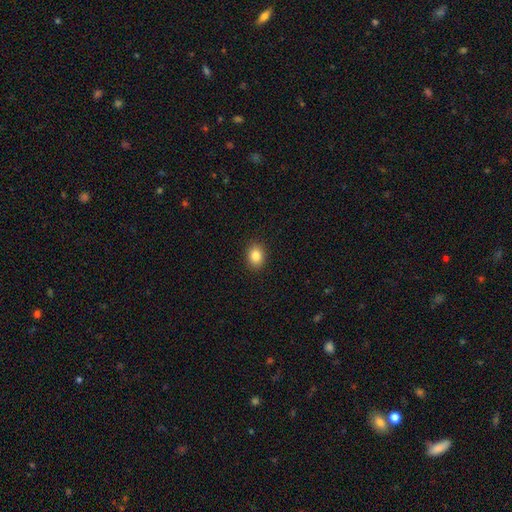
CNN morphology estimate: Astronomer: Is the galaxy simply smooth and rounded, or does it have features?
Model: smooth — 84%.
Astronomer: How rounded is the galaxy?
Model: in between — 56% (runner-up: round, 43%).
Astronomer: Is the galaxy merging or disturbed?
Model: none — 91%.